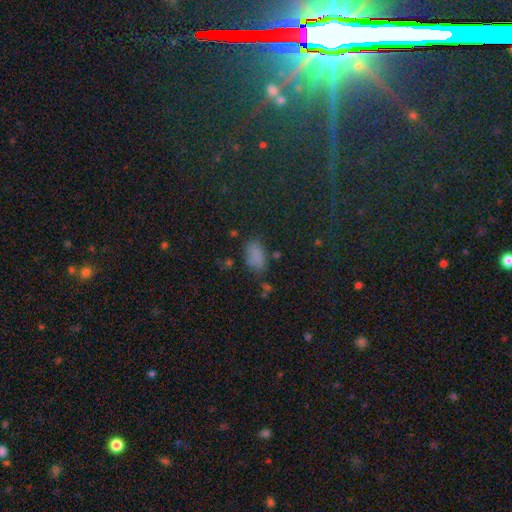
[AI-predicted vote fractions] smooth 76%, star or artifact 17%, featured or disk 7%. Down the decision tree: how rounded — in between (91%); merging — none (62%).